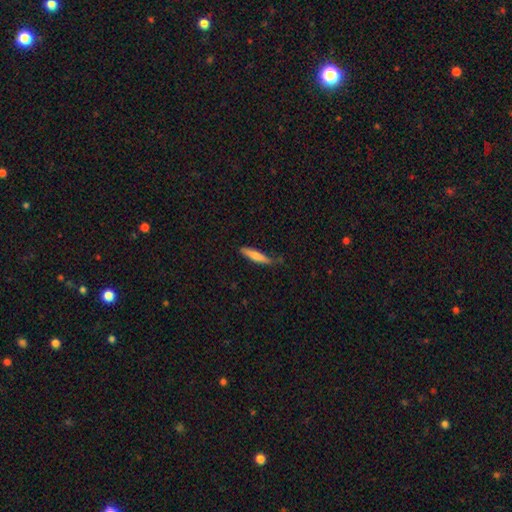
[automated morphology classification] This appears to be a smooth galaxy with no disk features (74%) that is cigar-shaped (85%). Merging: none (72%).